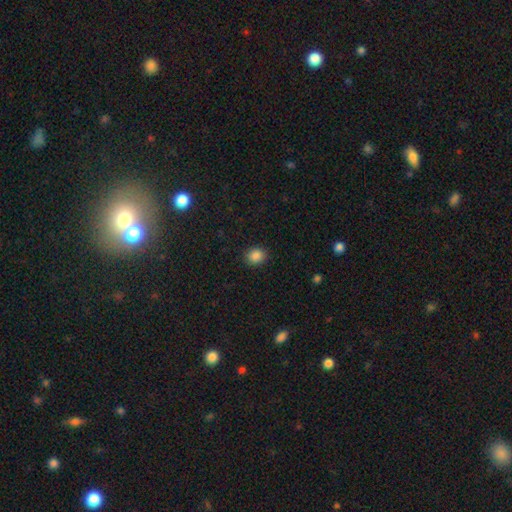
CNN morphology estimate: smooth 86%, star or artifact 11%, featured or disk 3%. Down the decision tree: how rounded — round (70%); merging — none (90%).